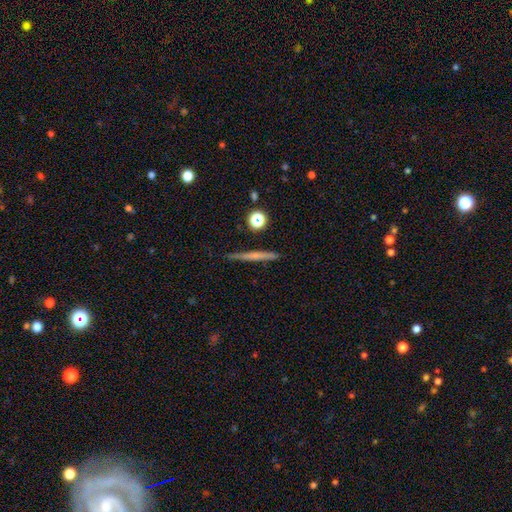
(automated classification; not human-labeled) This is possibly a smooth galaxy (49%). Merging: clearly none (85%).